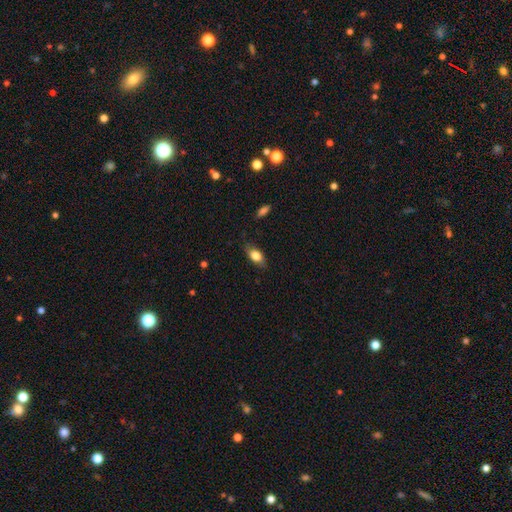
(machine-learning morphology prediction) smooth_or_featured: smooth (p=0.80) [alt: featured or disk p=0.13]
how_rounded: in between (p=0.86) [alt: cigar-shaped p=0.07]
merging: none (p=0.79) [alt: minor disturbance p=0.17]